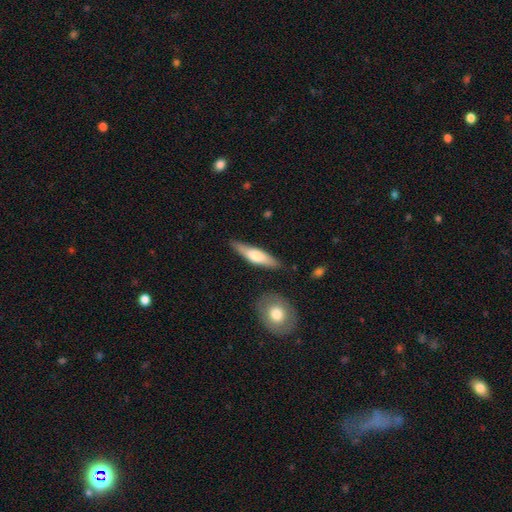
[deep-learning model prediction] Morphology: type=smooth (56%); roundness=cigar-shaped (69%); merging=none (81%).